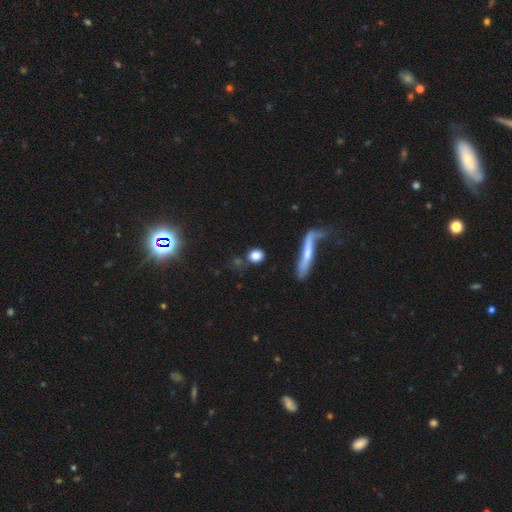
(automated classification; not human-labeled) A smooth galaxy with no disk features (81%) that is round (66%). Merging: none (69%).